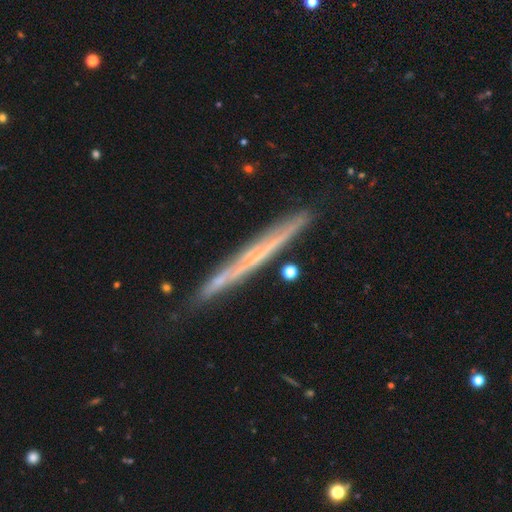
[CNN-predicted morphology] This appears to be a featured or disk galaxy (62%) viewed edge-on (95%) with no central bulge (88%). Merging: none (82%).